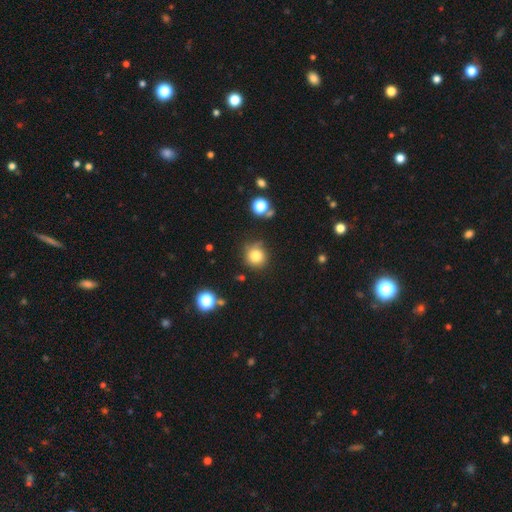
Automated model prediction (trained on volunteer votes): smooth_or_featured: smooth (p=0.81) [alt: star or artifact p=0.13]
how_rounded: round (p=0.91) [alt: in between p=0.08]
merging: none (p=0.79) [alt: minor disturbance p=0.14]